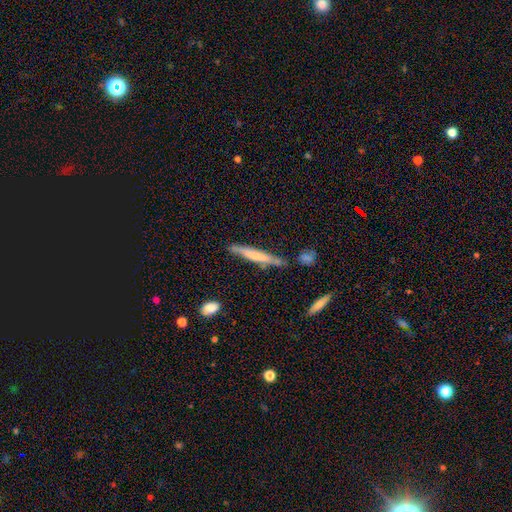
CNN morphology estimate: Smooth or featured? smooth (56%)
How rounded? cigar-shaped (94%)
Merging? none (72%)